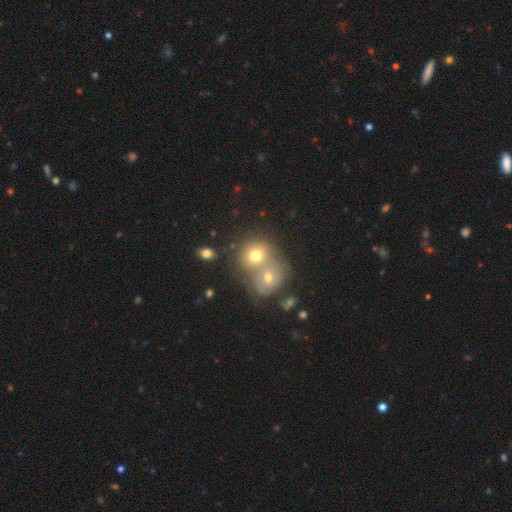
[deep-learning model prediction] Overall: smooth (60%; featured or disk 27%). How rounded: round (73%). Merging: merger (59%; none 29%).